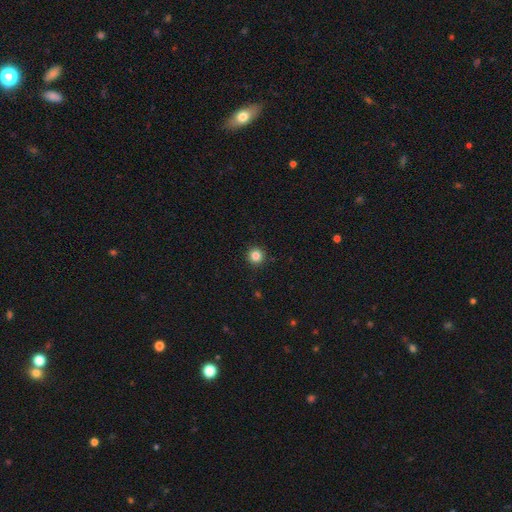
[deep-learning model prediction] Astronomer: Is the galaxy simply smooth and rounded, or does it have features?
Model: smooth — 84%.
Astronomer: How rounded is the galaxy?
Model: round — 96%.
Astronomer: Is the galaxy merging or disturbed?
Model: none — 93%.